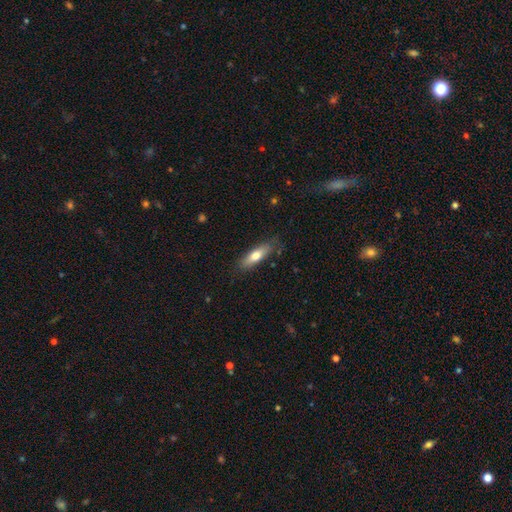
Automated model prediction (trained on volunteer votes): Smooth or featured: smooth — 69% (featured or disk — 24%)
How rounded: cigar-shaped — 51% (in between — 47%)
Merging: none — 79% (minor disturbance — 16%)